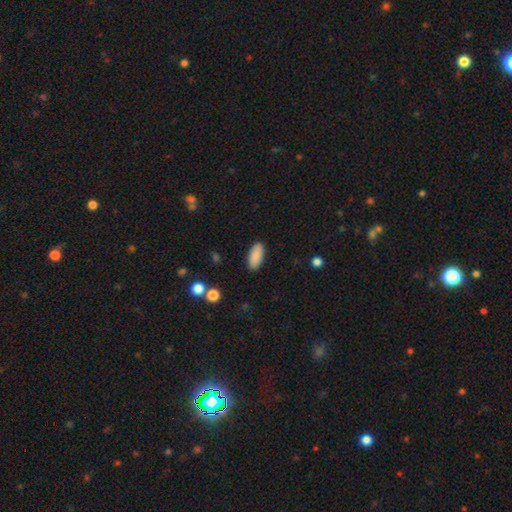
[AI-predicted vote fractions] The model was most divided on "how rounded": in between: 87%, cigar-shaped: 11%, round: 2%. More confident: smooth or featured — smooth (89%); merging — none (89%).